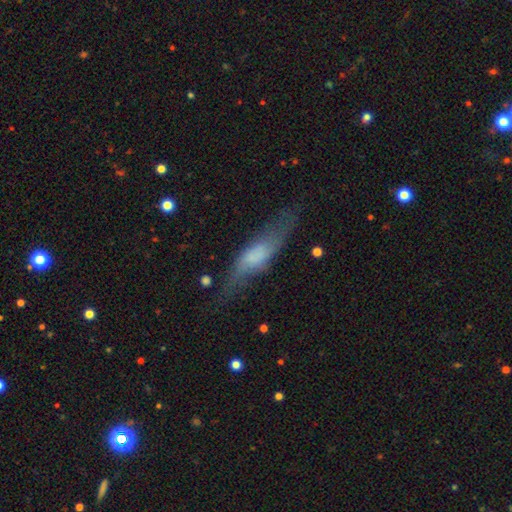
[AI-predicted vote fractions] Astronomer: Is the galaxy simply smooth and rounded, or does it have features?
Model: featured or disk — 47% (runner-up: smooth, 44%).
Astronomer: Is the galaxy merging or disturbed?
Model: none — 58%.